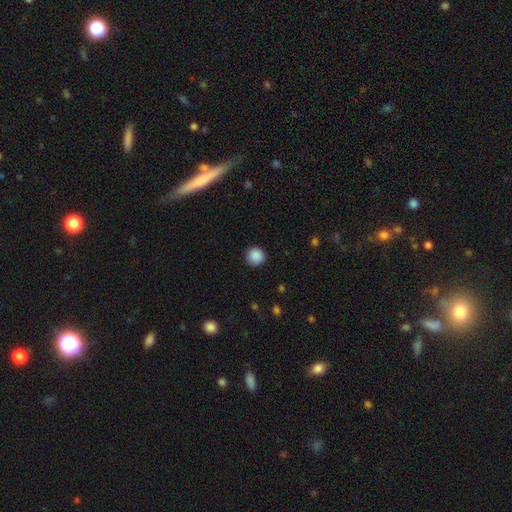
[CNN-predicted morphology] Smooth or featured? smooth (88%)
How rounded? round (94%)
Merging? none (91%)